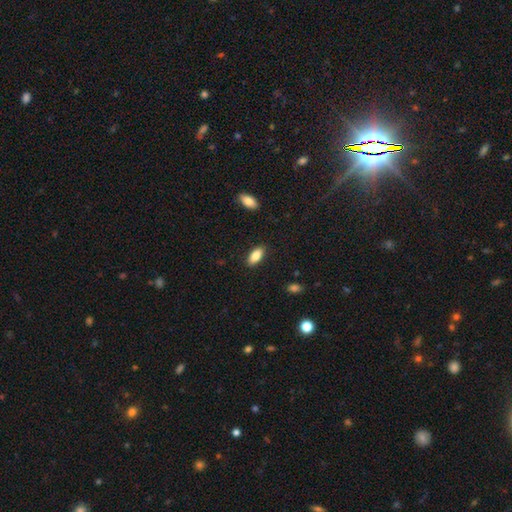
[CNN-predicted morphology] A smooth galaxy with no disk features (83%) that is in between round and cigar-shaped (85%).

Vote fractions:
- Smooth or featured? smooth: 83% / featured or disk: 10% / star or artifact: 7%
- How rounded? in between: 85% / cigar-shaped: 13% / round: 2%
- Merging? none: 88% / minor disturbance: 9% / major disturbance: 2% / merger: 1%